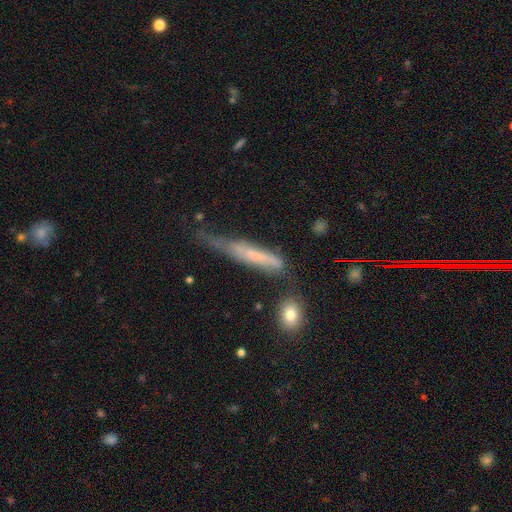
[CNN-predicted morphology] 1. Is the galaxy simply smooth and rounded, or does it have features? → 47% smooth, 42% featured or disk, 11% star or artifact.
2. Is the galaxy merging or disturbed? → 36% none, 33% minor disturbance, 22% major disturbance, 9% merger.